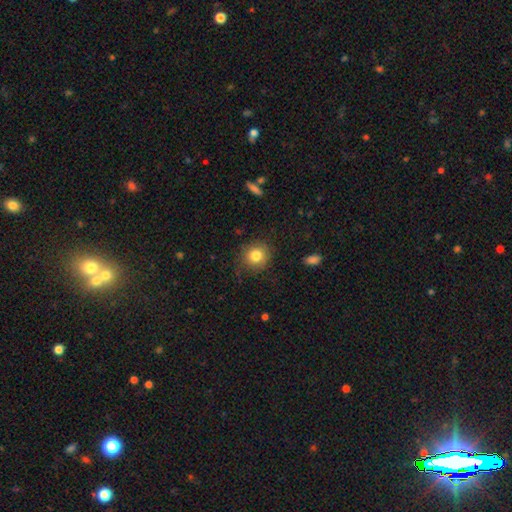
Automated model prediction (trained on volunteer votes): Smooth or featured? smooth (82%)
How rounded? round (89%)
Merging? none (85%)